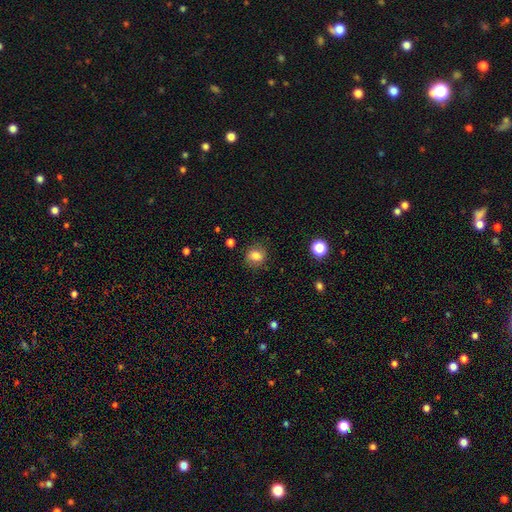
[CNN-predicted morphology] Smooth or featured: smooth — 79% (star or artifact — 11%)
How rounded: round — 67% (in between — 32%)
Merging: none — 82% (minor disturbance — 13%)